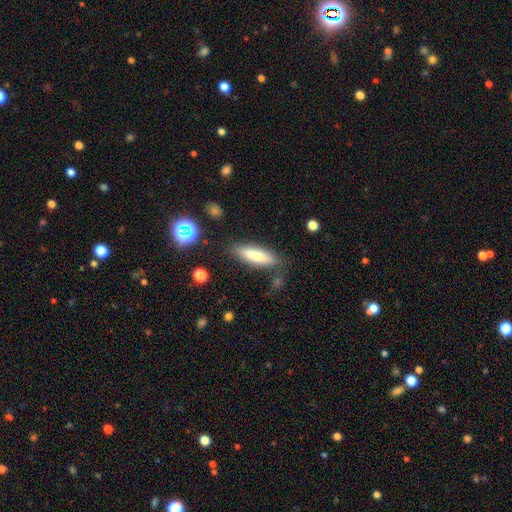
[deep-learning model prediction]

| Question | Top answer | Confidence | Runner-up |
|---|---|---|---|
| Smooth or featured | smooth | 76% | featured or disk (17%) |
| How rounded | cigar-shaped | 65% | in between (33%) |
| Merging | none | 79% | minor disturbance (13%) |